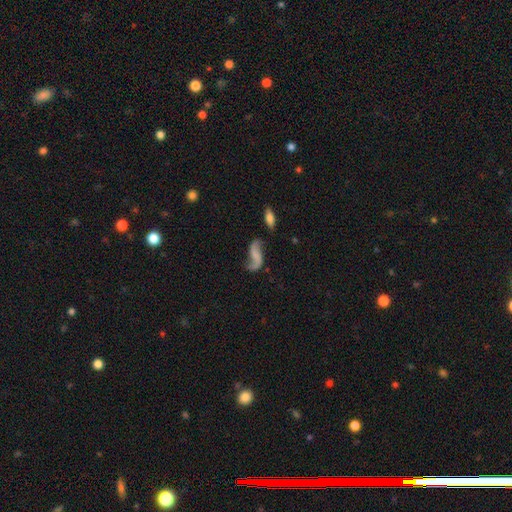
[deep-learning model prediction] smooth-or-featured: featured or disk: 74% | smooth: 18% | star or artifact: 8%
  disk-edge-on: no: 96% | yes: 4%
    bar: no: 54% | weak: 33% | strong: 13%
    has-spiral-arms: yes: 91% | no: 9%
      spiral-winding: loose: 89% | medium: 9% | tight: 2%
      spiral-arm-count: 2: 86% | 1: 10% | can't tell: 2% | 3: 1% | 4: 1% | more than 4: 1%
    bulge-size: none: 69% | small: 18% | moderate: 8% | large: 3% | dominant: 2%
  merging: none: 57% | minor disturbance: 20% | major disturbance: 15% | merger: 8%